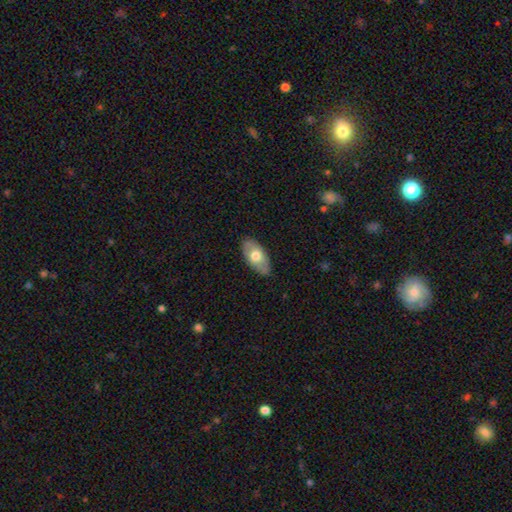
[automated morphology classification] The model was most divided on "smooth or featured": smooth: 61%, featured or disk: 33%, star or artifact: 6%. More confident: how rounded — in between (93%); merging — none (82%).